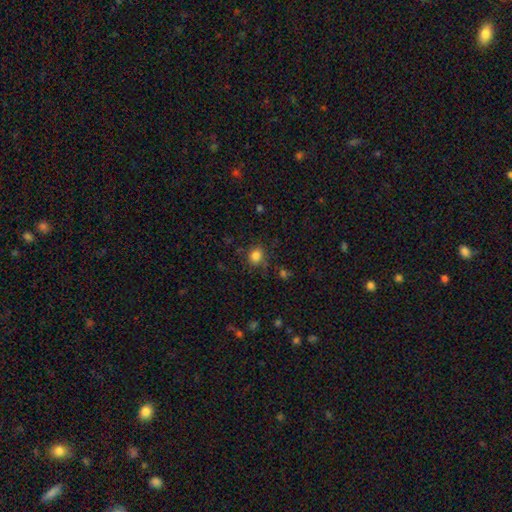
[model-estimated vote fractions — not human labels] Overall: smooth (82%). How rounded: round (73%). Merging: none (77%).